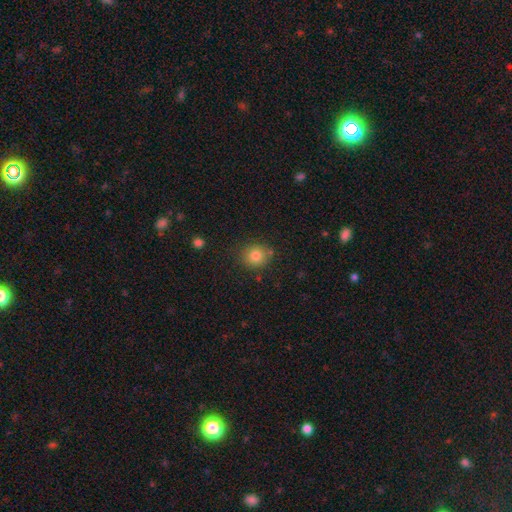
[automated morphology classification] Overall: smooth (81%). How rounded: round (87%). Merging: none (82%).